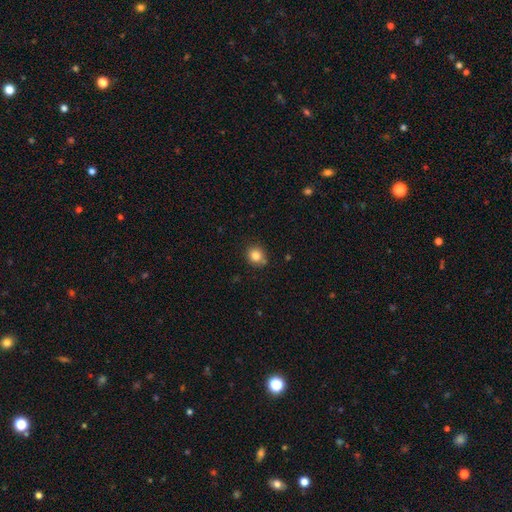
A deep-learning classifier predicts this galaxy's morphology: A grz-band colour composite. It shows a smooth galaxy with no disk features (84%) that is round (79%). Merging: none (77%).